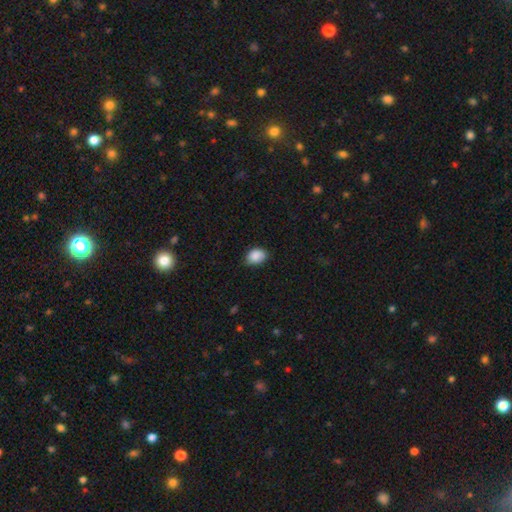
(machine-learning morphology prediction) type=smooth (88%); roundness=in between (73%); merging=none (71%).